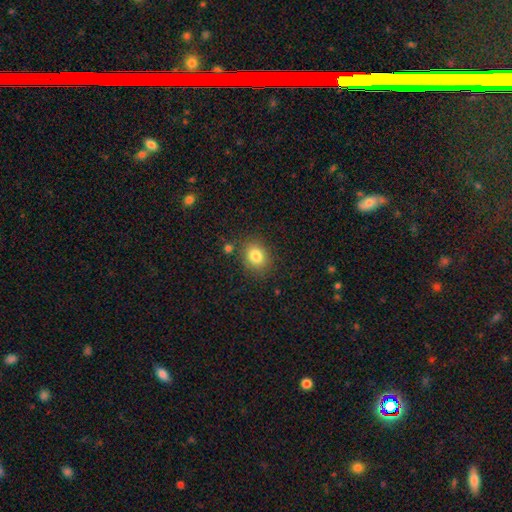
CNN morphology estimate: This appears to be a smooth galaxy with no disk features (83%) that is round (62%). Merging: none (83%).